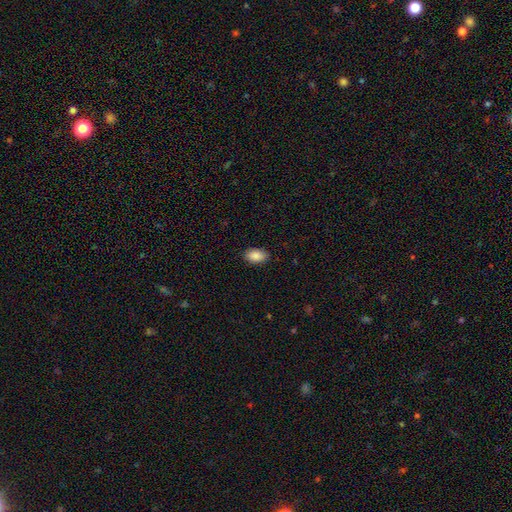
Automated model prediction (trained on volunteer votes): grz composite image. It shows a smooth galaxy with no disk features (89%) that is in between round and cigar-shaped (92%). Merging: none (87%).